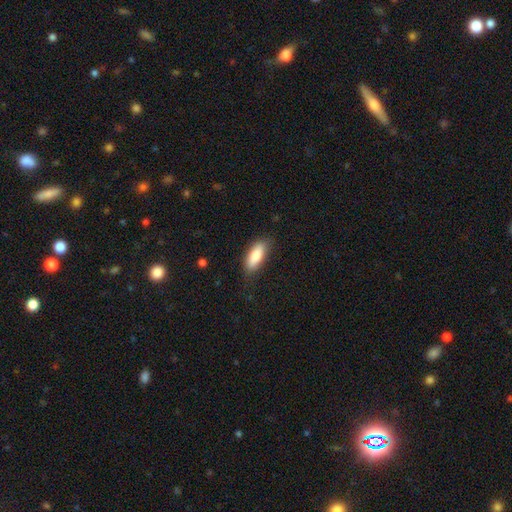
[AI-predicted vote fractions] This appears to be a smooth galaxy with no disk features (83%) that is in between round and cigar-shaped (75%). Merging: none (80%).